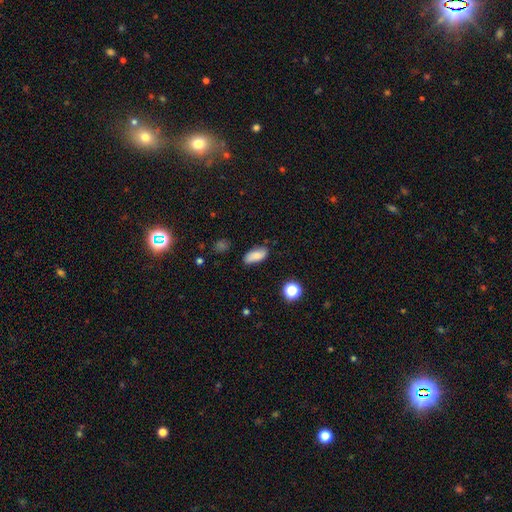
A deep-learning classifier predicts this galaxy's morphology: This appears to be a smooth galaxy with no disk features (81%) that is in between round and cigar-shaped (86%). Merging: none (79%).